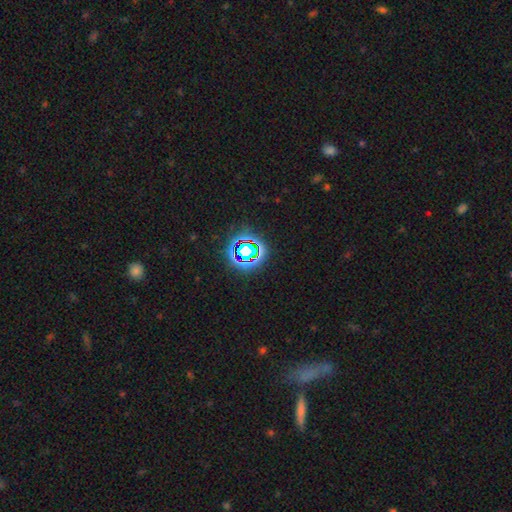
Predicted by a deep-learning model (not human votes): Q: Smooth or featured?
A: star or artifact (68%); runner-up: smooth (21%)